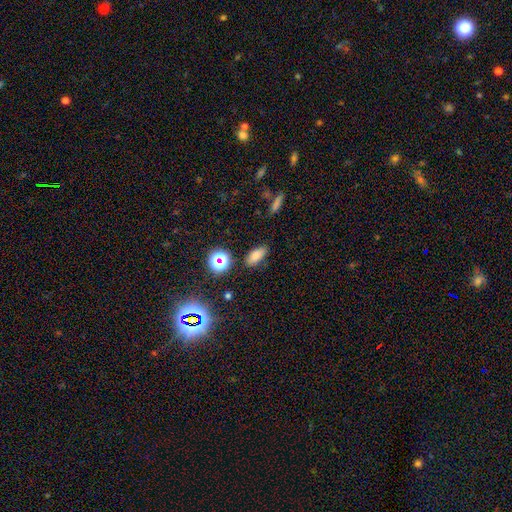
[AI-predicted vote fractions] This appears to be a smooth galaxy with no disk features (76%) that is in between round and cigar-shaped (84%). Merging: none (80%).